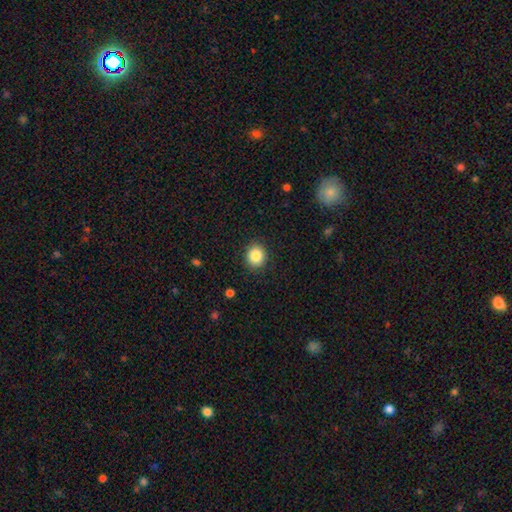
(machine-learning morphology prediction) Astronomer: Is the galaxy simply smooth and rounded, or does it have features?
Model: smooth — 86%.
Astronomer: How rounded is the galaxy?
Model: round — 77%.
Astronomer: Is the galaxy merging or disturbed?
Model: none — 90%.